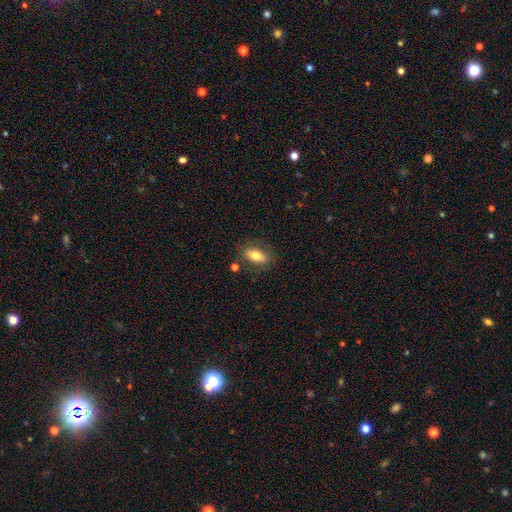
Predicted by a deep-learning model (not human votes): The model was most divided on "smooth or featured": smooth: 75%, featured or disk: 17%, star or artifact: 7%. More confident: how rounded — in between (86%); merging — none (80%).